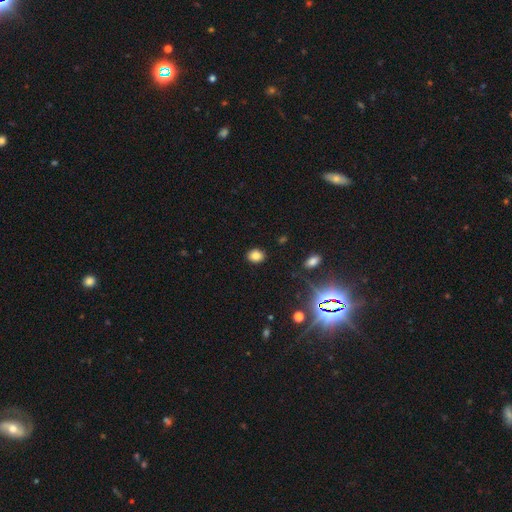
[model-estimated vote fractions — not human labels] smooth_or_featured: smooth (p=0.82) [alt: star or artifact p=0.12]
how_rounded: in between (p=0.52) [alt: round p=0.47]
merging: none (p=0.88) [alt: minor disturbance p=0.08]